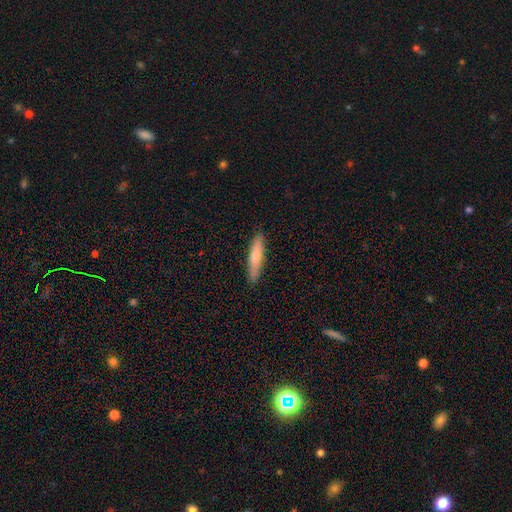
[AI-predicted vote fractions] A smooth galaxy with no disk features (73%) that is cigar-shaped (85%). Merging: none (87%).